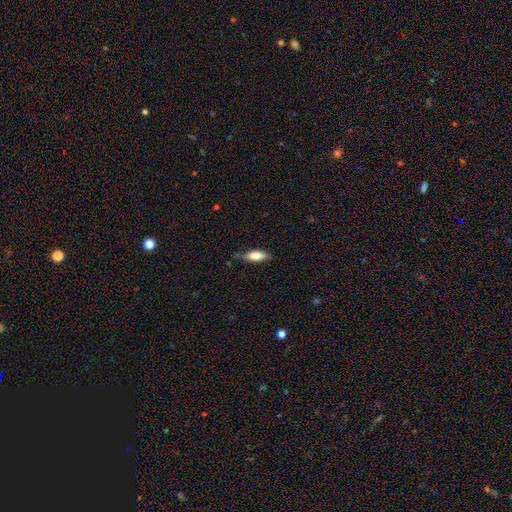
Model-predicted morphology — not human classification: smooth-or-featured: smooth: 79% | featured or disk: 15% | star or artifact: 7%
  how-rounded: in between: 67% | cigar-shaped: 31% | round: 2%
  merging: none: 70% | minor disturbance: 23% | major disturbance: 5% | merger: 2%